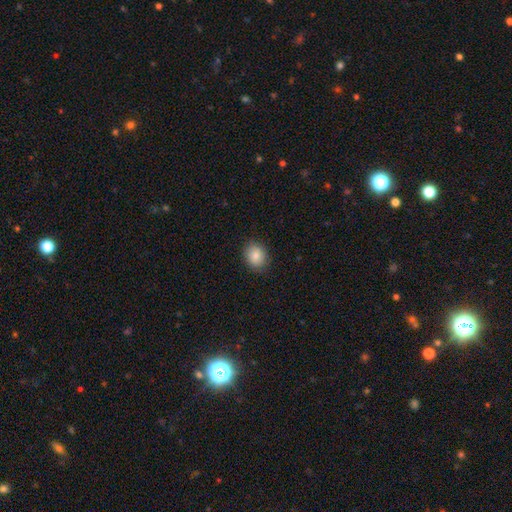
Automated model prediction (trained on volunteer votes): smooth-or-featured: smooth: 87% | star or artifact: 8% | featured or disk: 5%
  how-rounded: round: 53% | in between: 46% | cigar-shaped: 1%
  merging: none: 88% | minor disturbance: 9% | major disturbance: 2% | merger: 1%